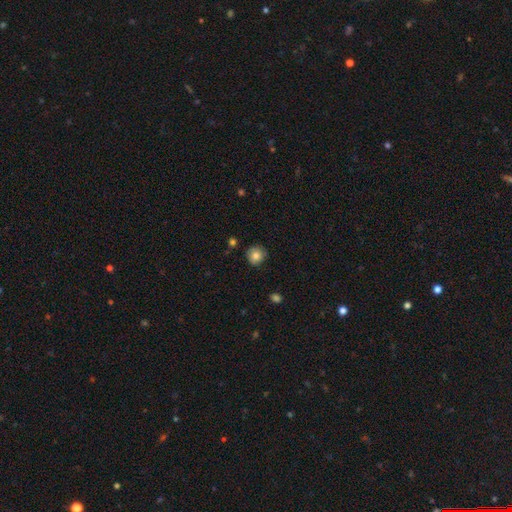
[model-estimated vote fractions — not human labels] Morphology: type=smooth (82%); roundness=round (91%); merging=none (83%).